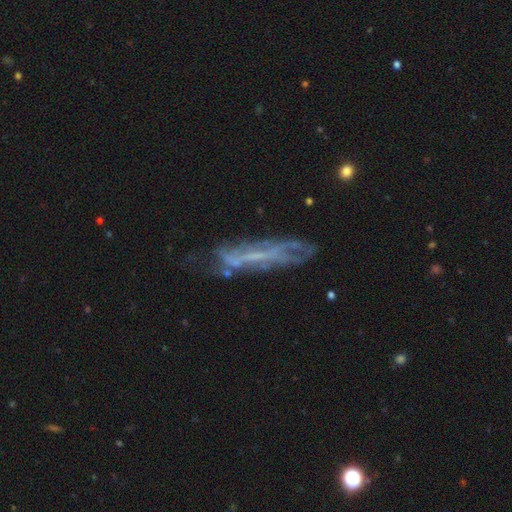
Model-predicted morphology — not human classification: featured or disk 66%, smooth 23%, star or artifact 12%. Down the decision tree: edge-on disk — no (53%); merging — none (56%).